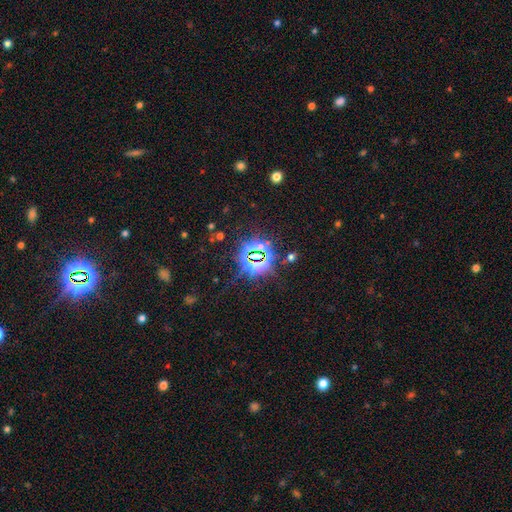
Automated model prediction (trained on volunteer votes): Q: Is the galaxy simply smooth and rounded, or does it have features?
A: star or artifact — 83%.